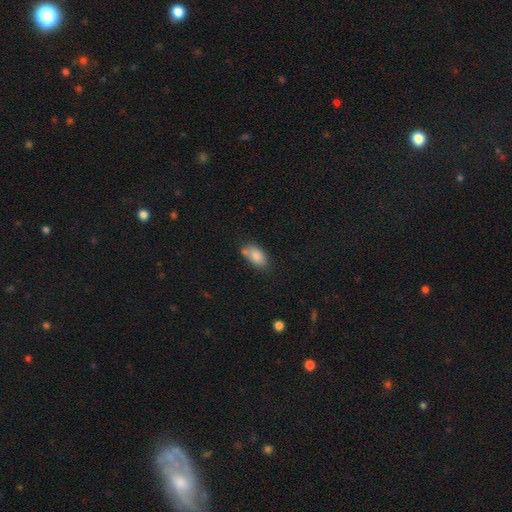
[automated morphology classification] A smooth galaxy with no disk features (84%) that is in between round and cigar-shaped (91%).

Vote fractions:
- Smooth or featured? smooth: 84% / featured or disk: 8% / star or artifact: 8%
- How rounded? in between: 91% / round: 5% / cigar-shaped: 4%
- Merging? none: 61% / minor disturbance: 22% / merger: 13% / major disturbance: 5%